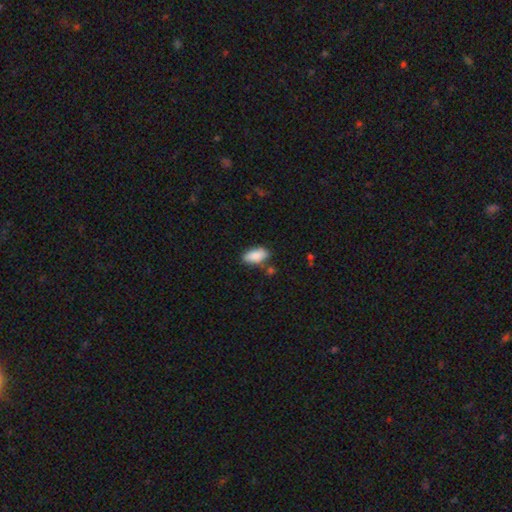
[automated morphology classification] Overall: smooth (87%). How rounded: in between (91%). Merging: none (76%).